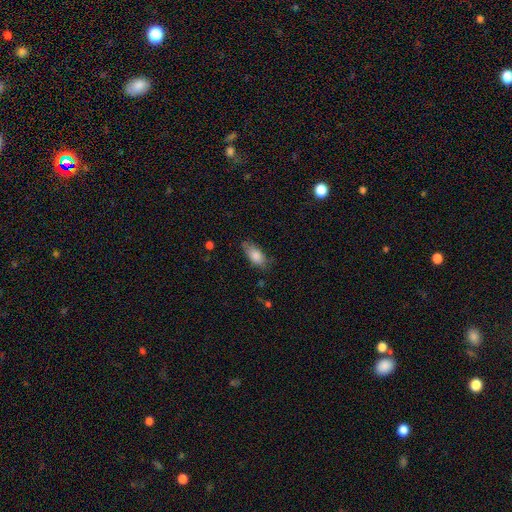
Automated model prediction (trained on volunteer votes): smooth-or-featured: smooth: 81% | featured or disk: 11% | star or artifact: 7%
  how-rounded: in between: 85% | cigar-shaped: 12% | round: 3%
  merging: none: 68% | minor disturbance: 25% | major disturbance: 6% | merger: 2%